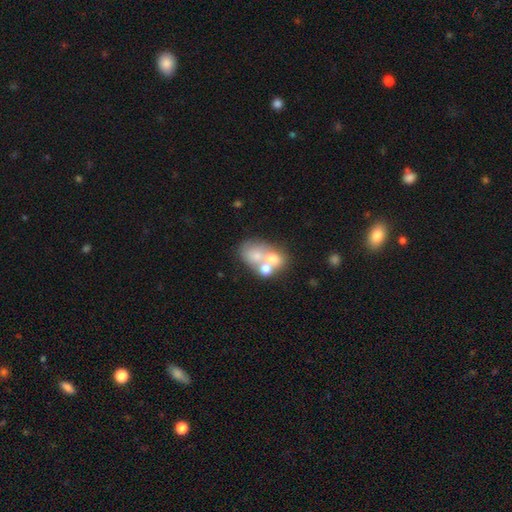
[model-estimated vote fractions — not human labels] A smooth galaxy with no disk features (54%) that is in between round and cigar-shaped (61%). Merging: merger (59%).